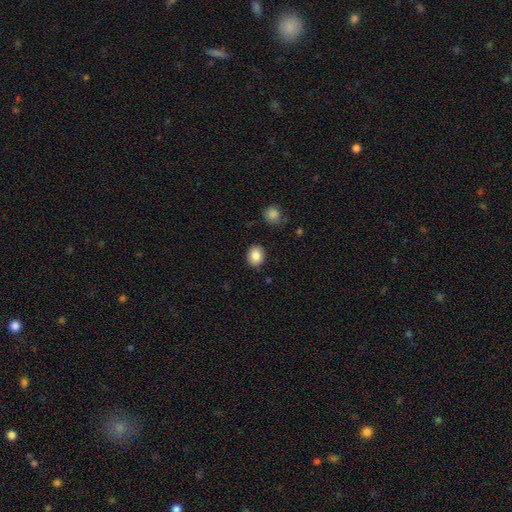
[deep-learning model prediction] smooth 85%, star or artifact 9%, featured or disk 6%. Down the decision tree: how rounded — round (55%); merging — none (88%).